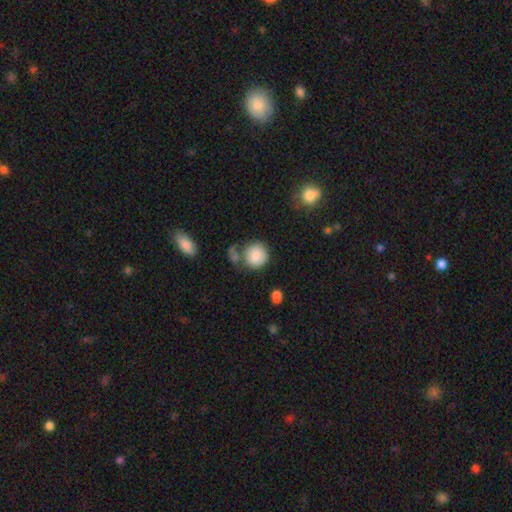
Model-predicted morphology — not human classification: This is clearly a smooth galaxy (82%). How rounded: clearly round (86%). Merging: likely none (60%).